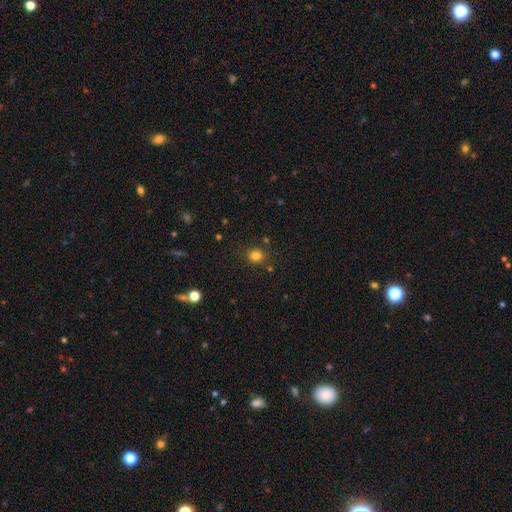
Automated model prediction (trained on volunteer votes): smooth 80%, star or artifact 15%, featured or disk 5%. Down the decision tree: how rounded — round (77%); merging — none (82%).